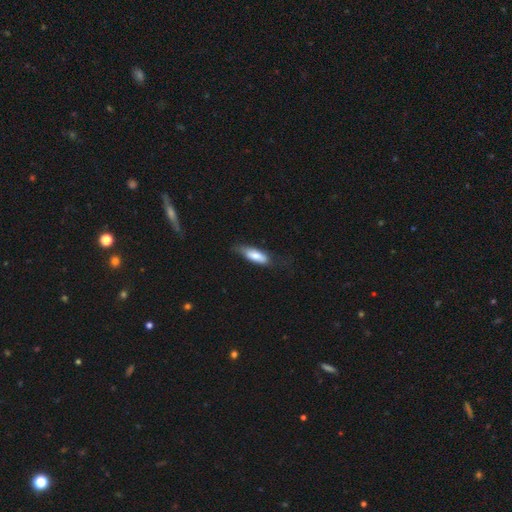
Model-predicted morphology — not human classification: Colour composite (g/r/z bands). It shows a smooth galaxy with no disk features (75%) that is in between round and cigar-shaped (60%). Merging: none (55%).